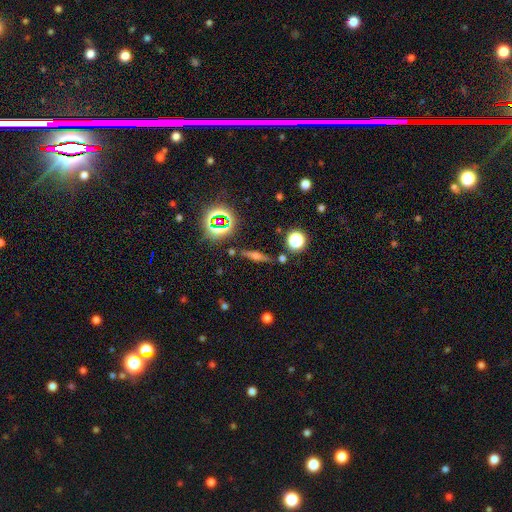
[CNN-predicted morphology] featured or disk 51%, smooth 28%, star or artifact 21%. Down the decision tree: edge-on disk — yes (93%); merging — none (85%).